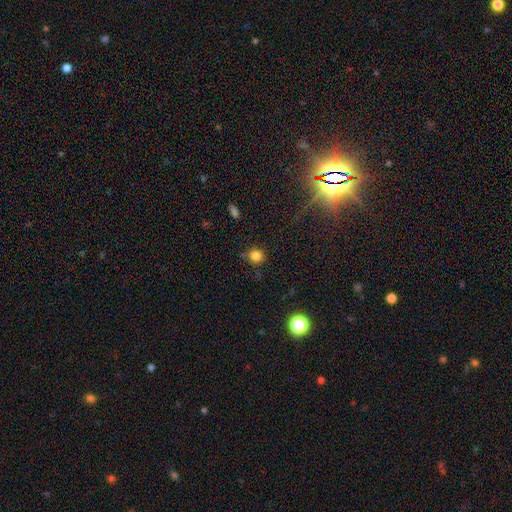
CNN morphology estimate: Smooth or featured: smooth — 80% (star or artifact — 14%)
How rounded: round — 90% (in between — 9%)
Merging: none — 81% (minor disturbance — 12%)